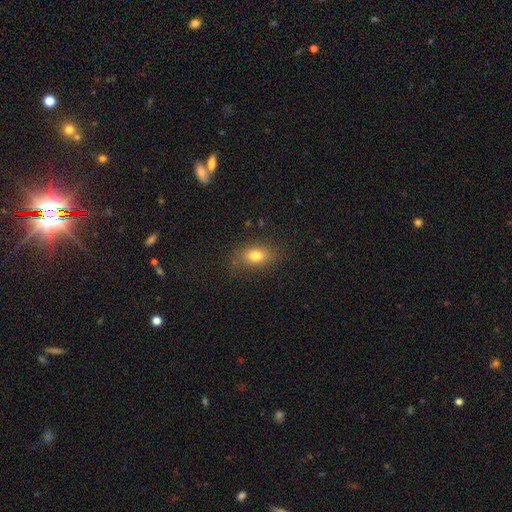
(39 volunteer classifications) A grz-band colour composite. It shows a smooth galaxy with no disk features (77%) that is in between round and cigar-shaped (70%). Merging: none (83%).